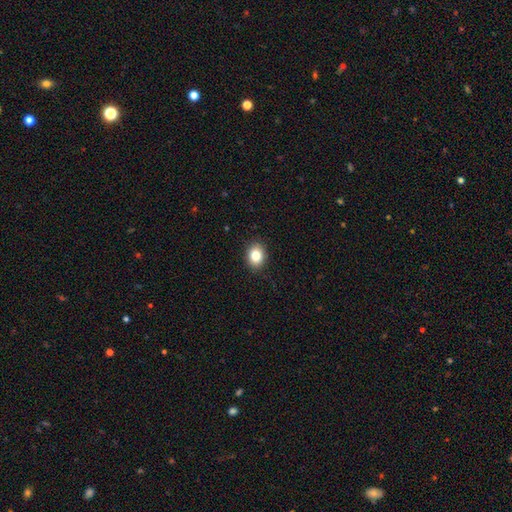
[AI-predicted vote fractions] smooth_or_featured: smooth (p=0.83) [alt: star or artifact p=0.10]
how_rounded: in between (p=0.51) [alt: round p=0.49]
merging: none (p=0.90) [alt: minor disturbance p=0.07]